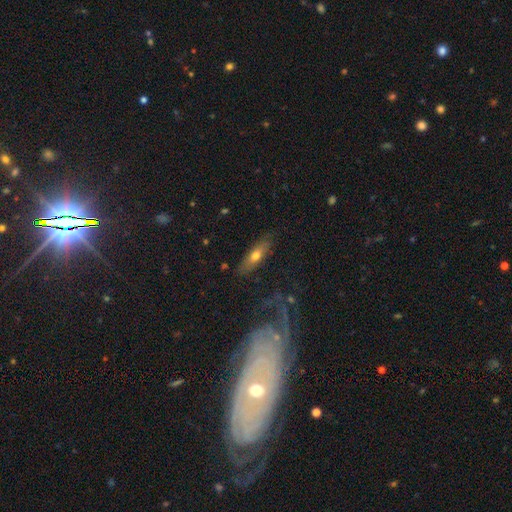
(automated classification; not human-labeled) Overall: smooth (57%; featured or disk 36%). How rounded: cigar-shaped (53%; in between 44%). Merging: none (81%).